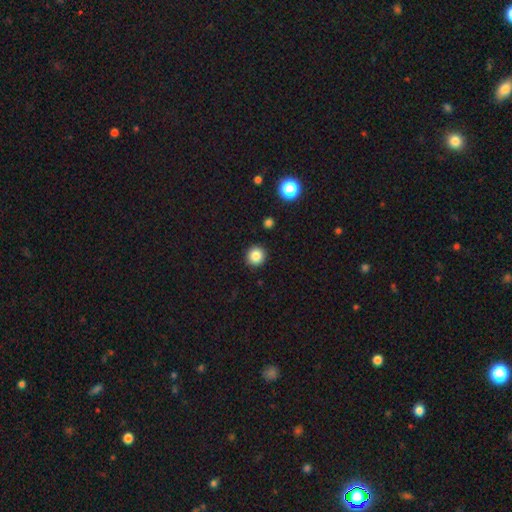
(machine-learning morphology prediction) A smooth galaxy with no disk features (85%) that is round (93%). Merging: none (92%).